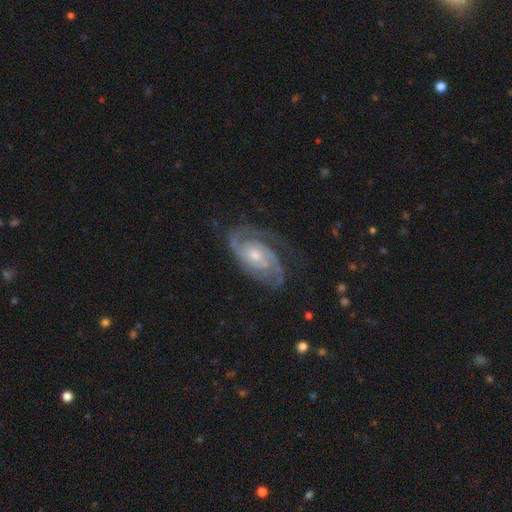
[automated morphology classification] A featured or disk galaxy (91%) with no bar (63%), 2 (55%) tight (62%) spiral arms (98%) and a moderate central bulge (53%).

Vote fractions:
- Smooth or featured? featured or disk: 91% / smooth: 5% / star or artifact: 5%
- Edge-on disk? no: 97% / yes: 3%
- Bar? no: 63% / weak: 30% / strong: 7%
- Spiral arms? yes: 98% / no: 2%
- Spiral winding? tight: 62% / medium: 32% / loose: 5%
- Spiral arm count? 2: 55% / 3: 22% / can't tell: 11% / 4: 5% / 1: 4% / more than 4: 4%
- Bulge size? moderate: 53% / small: 41% / large: 3% / none: 2% / dominant: 1%
- Merging? none: 73% / minor disturbance: 18% / major disturbance: 8% / merger: 1%